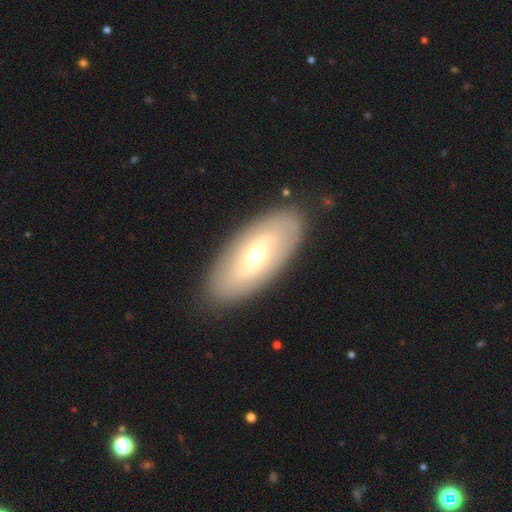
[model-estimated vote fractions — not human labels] Smooth or featured? Predicted: featured or disk (p=0.60). Edge-on disk? Predicted: no (p=0.89). Bar? Predicted: weak (p=0.43). Spiral arms? Predicted: yes (p=0.57). Bulge size? Predicted: moderate (p=0.67). Merging? Predicted: none (p=0.88).